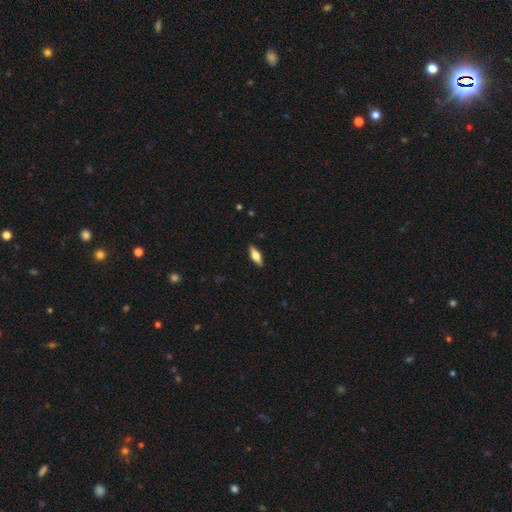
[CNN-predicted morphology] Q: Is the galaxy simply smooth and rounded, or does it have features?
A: smooth — 59%.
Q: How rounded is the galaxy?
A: in between — 67%.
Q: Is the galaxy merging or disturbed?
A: none — 89%.